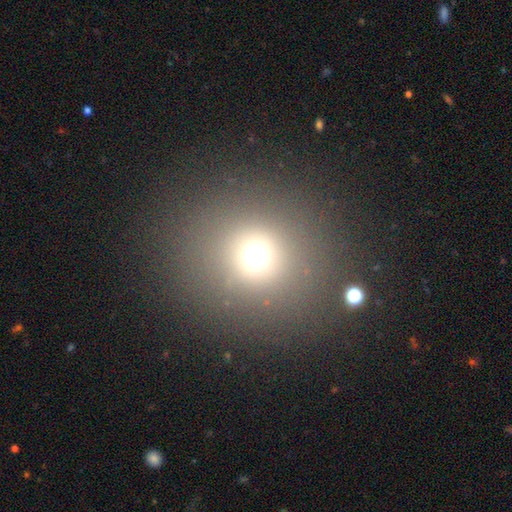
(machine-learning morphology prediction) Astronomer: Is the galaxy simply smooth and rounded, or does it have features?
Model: smooth — 66%.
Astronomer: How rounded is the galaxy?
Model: round — 88%.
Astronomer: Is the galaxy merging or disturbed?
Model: none — 85%.